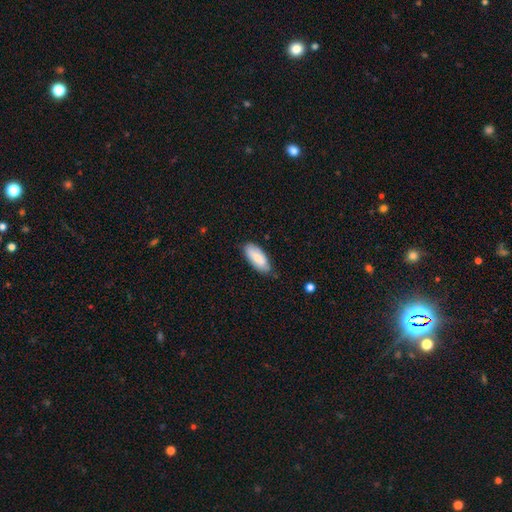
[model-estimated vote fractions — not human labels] Smooth or featured? smooth (78%)
How rounded? in between (85%)
Merging? none (72%)